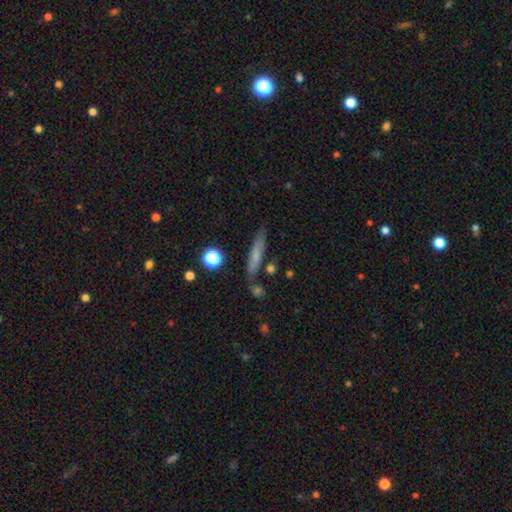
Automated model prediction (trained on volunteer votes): A smooth galaxy with no disk features (63%) that is cigar-shaped (86%).

Vote fractions:
- Smooth or featured? smooth: 63% / featured or disk: 28% / star or artifact: 10%
- How rounded? cigar-shaped: 86% / in between: 11% / round: 3%
- Merging? none: 76% / minor disturbance: 14% / merger: 6% / major disturbance: 4%